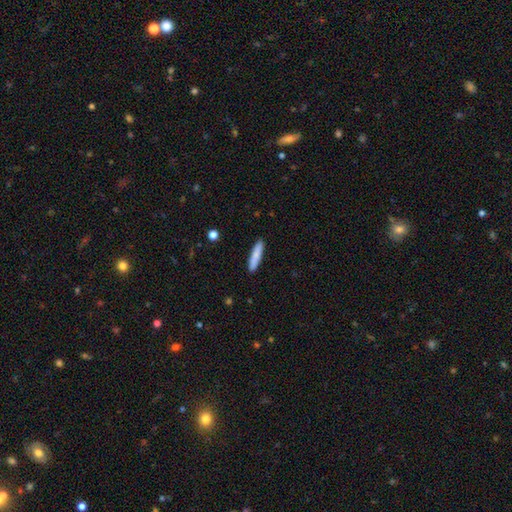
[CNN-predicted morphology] Smooth or featured?
  - smooth: 82% *
  - featured or disk: 13%
  - star or artifact: 6%
How rounded?
  - cigar-shaped: 85% *
  - in between: 13%
  - round: 1%
Merging?
  - none: 90% *
  - minor disturbance: 7%
  - major disturbance: 2%
  - merger: 1%